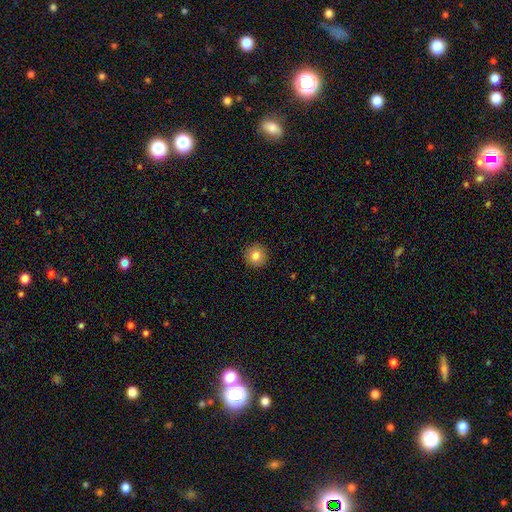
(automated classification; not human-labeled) A smooth galaxy with no disk features (82%) that is round (95%). Merging: none (92%).